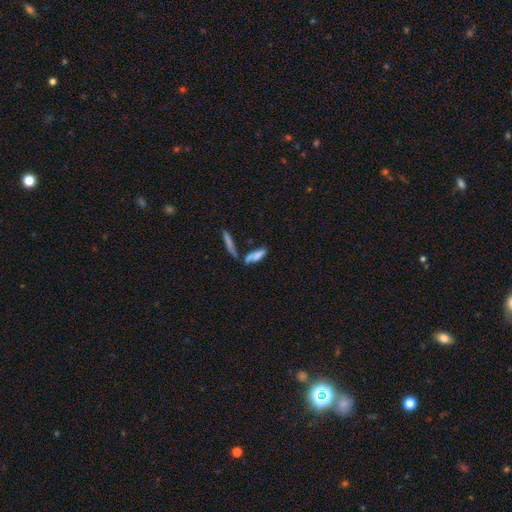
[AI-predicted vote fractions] This is likely a smooth galaxy (71%). How rounded: possibly cigar-shaped (56%). Merging: marginally none (39%).